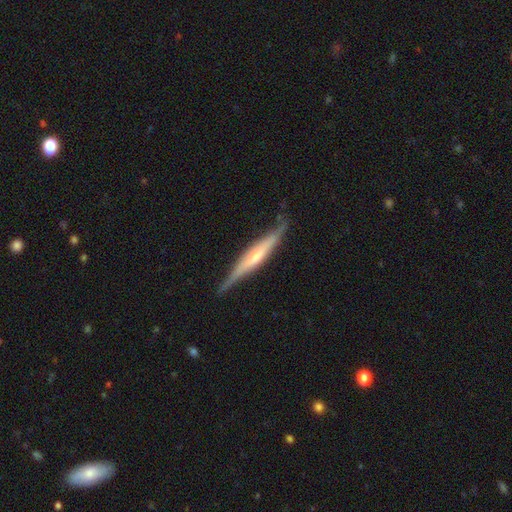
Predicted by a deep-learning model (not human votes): A featured or disk galaxy (66%) viewed edge-on (94%) with a rounded central bulge (45%).

Vote fractions:
- Smooth or featured? featured or disk: 66% / smooth: 28% / star or artifact: 5%
- Edge-on disk? yes: 94% / no: 6%
- Edge-on bulge? rounded: 45% / none: 28% / boxy: 27%
- Merging? none: 79% / minor disturbance: 16% / major disturbance: 4% / merger: 2%